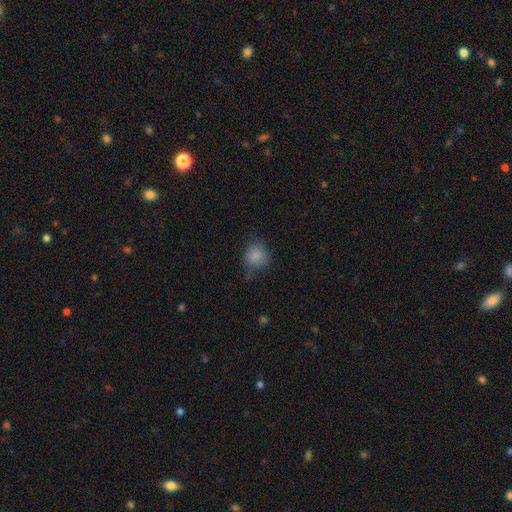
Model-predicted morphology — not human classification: This is clearly a smooth galaxy (82%). How rounded: likely round (77%). Merging: likely none (61%).